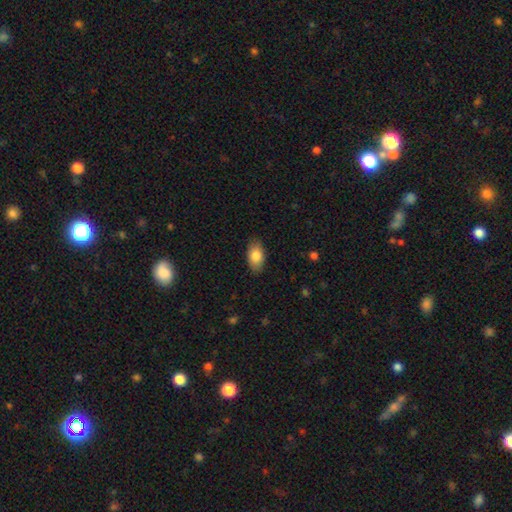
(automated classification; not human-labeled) smooth 83%, featured or disk 10%, star or artifact 7%. Down the decision tree: how rounded — in between (92%); merging — none (86%).